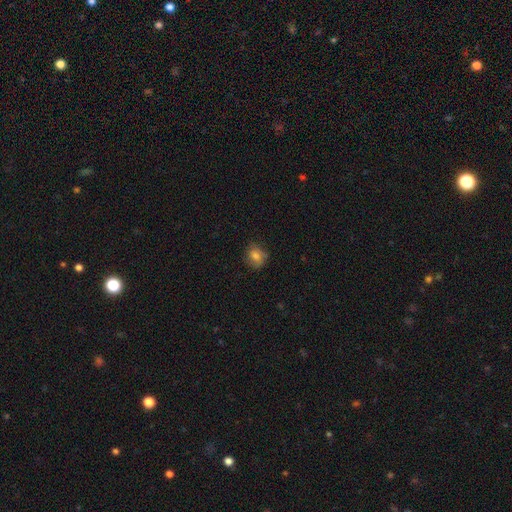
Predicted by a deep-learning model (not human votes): Smooth or featured: smooth — 77% (featured or disk — 12%)
How rounded: round — 61% (in between — 38%)
Merging: none — 71% (minor disturbance — 22%)